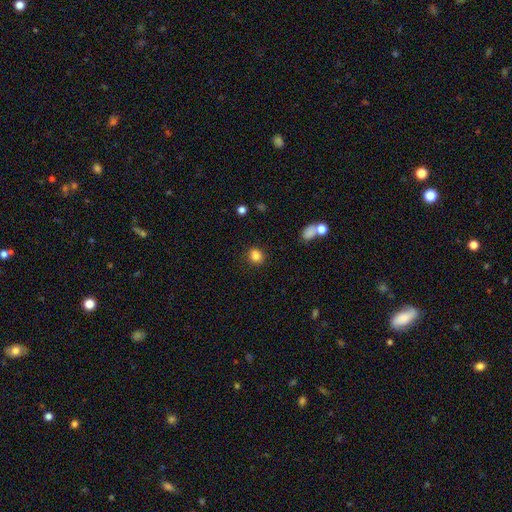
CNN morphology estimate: A smooth galaxy with no disk features (85%) that is round (71%). Merging: none (86%).